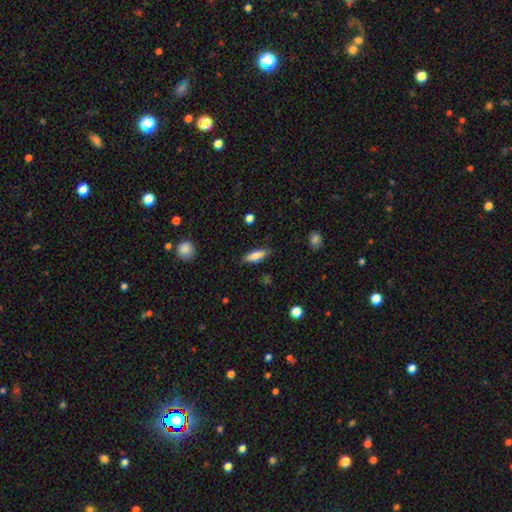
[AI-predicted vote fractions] Smooth or featured?
  - smooth: 77% *
  - featured or disk: 16%
  - star or artifact: 7%
How rounded?
  - in between: 57% *
  - cigar-shaped: 41%
  - round: 2%
Merging?
  - none: 84% *
  - minor disturbance: 12%
  - major disturbance: 3%
  - merger: 1%